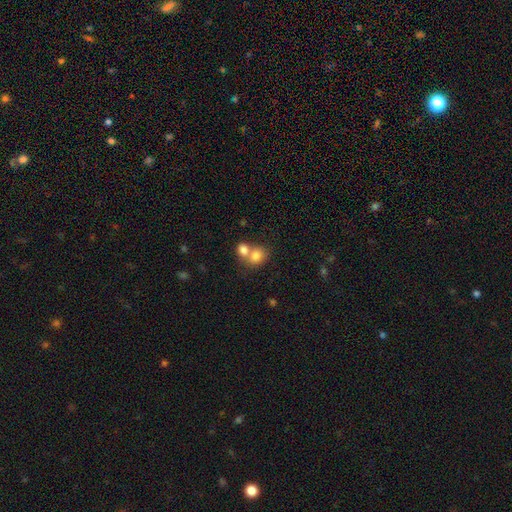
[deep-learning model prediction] Overall: smooth (79%). How rounded: round (55%; in between 44%). Merging: merger (58%; none 32%).